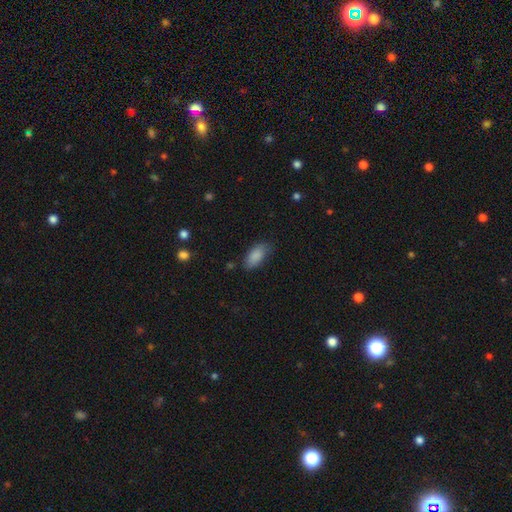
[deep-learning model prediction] Smooth or featured?
  - smooth: 87% *
  - star or artifact: 7%
  - featured or disk: 6%
How rounded?
  - in between: 91% *
  - cigar-shaped: 7%
  - round: 3%
Merging?
  - none: 74% *
  - minor disturbance: 20%
  - major disturbance: 4%
  - merger: 2%